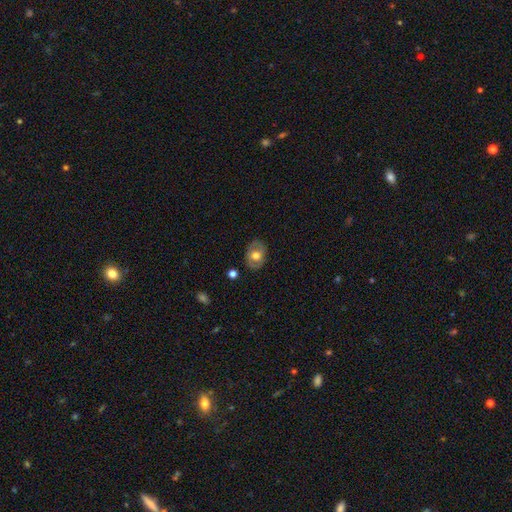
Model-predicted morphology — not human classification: This is possibly a smooth galaxy (53%). How rounded: likely in between (67%). Merging: clearly none (82%).